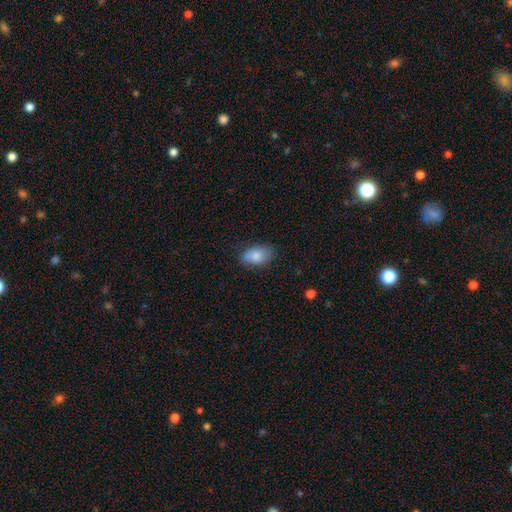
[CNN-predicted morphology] Overall: smooth (82%). How rounded: in between (90%). Merging: none (75%).